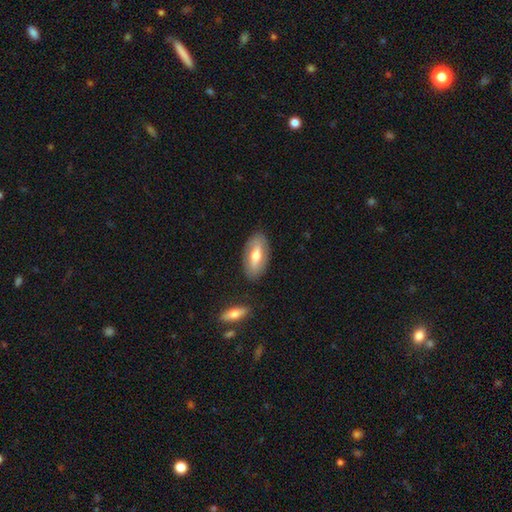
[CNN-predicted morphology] Smooth or featured?
  - smooth: 49% *
  - featured or disk: 45%
  - star or artifact: 6%
Merging?
  - none: 83% *
  - minor disturbance: 12%
  - major disturbance: 3%
  - merger: 2%